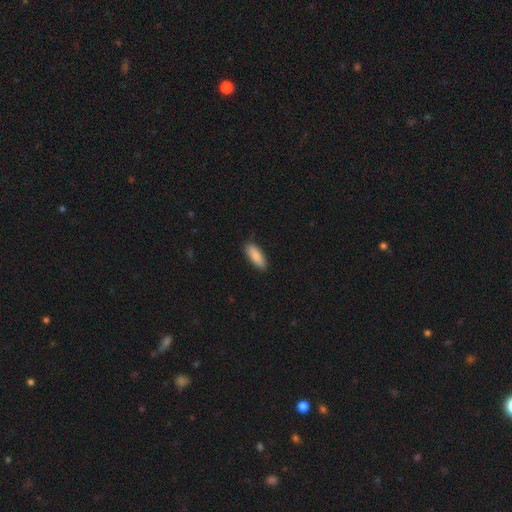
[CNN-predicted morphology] This appears to be a smooth galaxy with no disk features (87%) that is in between round and cigar-shaped (67%). Merging: none (88%).